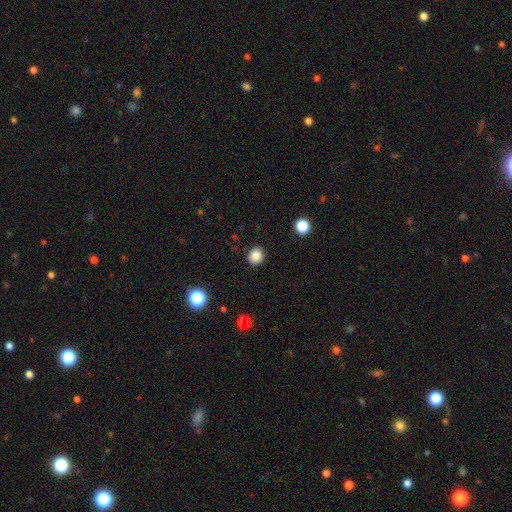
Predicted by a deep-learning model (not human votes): Smooth or featured? Predicted: smooth (p=0.86). How rounded? Predicted: round (p=0.82). Merging? Predicted: none (p=0.91).